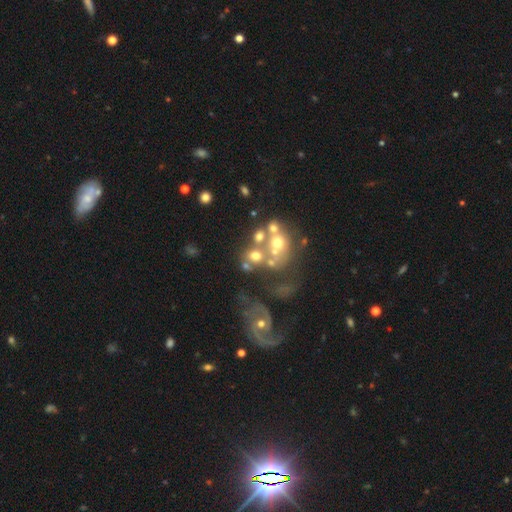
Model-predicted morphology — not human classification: Smooth or featured?
  - smooth: 40% *
  - featured or disk: 39%
  - star or artifact: 21%
Merging?
  - merger: 43% *
  - none: 33%
  - major disturbance: 14%
  - minor disturbance: 11%